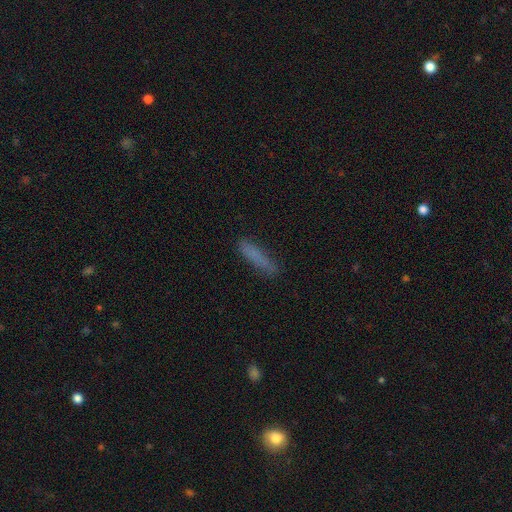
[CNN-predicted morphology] smooth_or_featured: smooth (p=0.77) [alt: featured or disk p=0.14]
how_rounded: cigar-shaped (p=0.86) [alt: in between p=0.13]
merging: none (p=0.77) [alt: minor disturbance p=0.16]